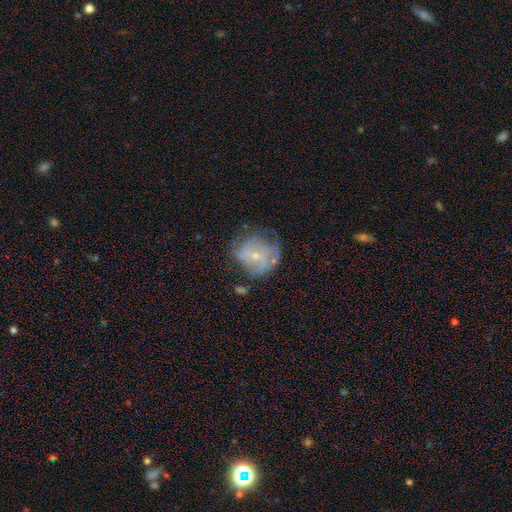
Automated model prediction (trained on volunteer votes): A featured or disk galaxy (54%) with no bar (81%), spiral arms (55%) and a small central bulge (70%). Merging: none (50%).